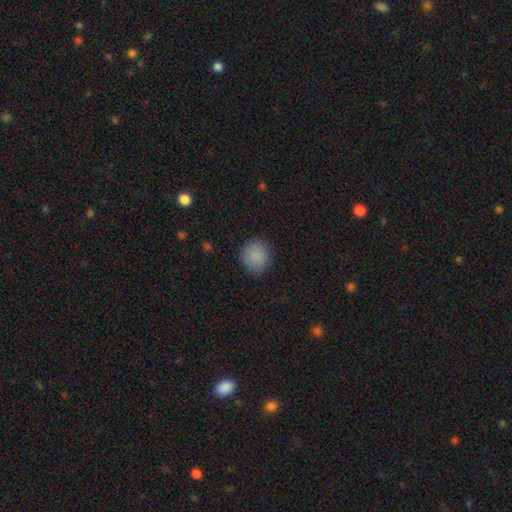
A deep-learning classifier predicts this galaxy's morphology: Smooth or featured?
  - smooth: 87% *
  - star or artifact: 9%
  - featured or disk: 4%
How rounded?
  - round: 91% *
  - in between: 8%
  - cigar-shaped: 1%
Merging?
  - none: 86% *
  - minor disturbance: 10%
  - major disturbance: 3%
  - merger: 1%